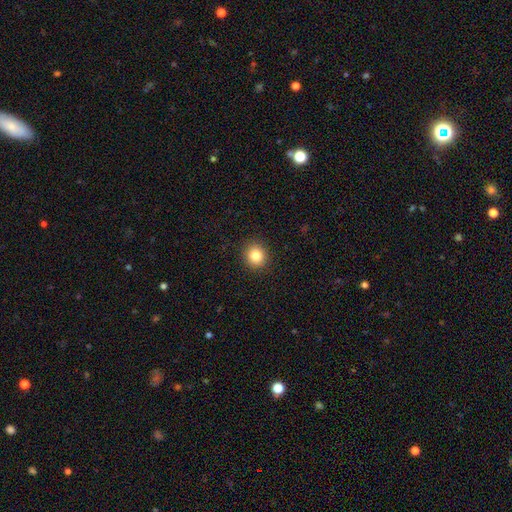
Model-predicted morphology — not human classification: Q: Smooth or featured?
A: smooth (83%); runner-up: star or artifact (11%)
Q: How rounded?
A: round (85%); runner-up: in between (14%)
Q: Merging?
A: none (92%); runner-up: minor disturbance (6%)